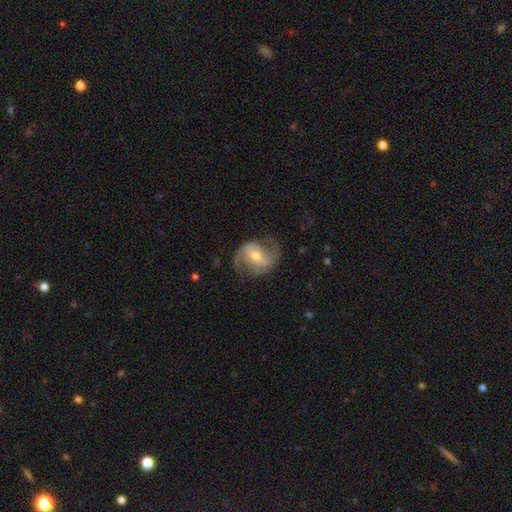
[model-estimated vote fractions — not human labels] smooth-or-featured: featured or disk: 85% | smooth: 10% | star or artifact: 5%
  disk-edge-on: no: 97% | yes: 3%
    bar: weak: 44% | no: 31% | strong: 25%
    has-spiral-arms: yes: 95% | no: 5%
      spiral-winding: medium: 51% | loose: 31% | tight: 18%
      spiral-arm-count: 2: 88% | can't tell: 4% | 3: 3% | 1: 2% | 4: 1% | more than 4: 1%
    bulge-size: moderate: 65% | small: 29% | large: 4% | none: 1% | dominant: 1%
  merging: none: 72% | minor disturbance: 17% | major disturbance: 10% | merger: 1%